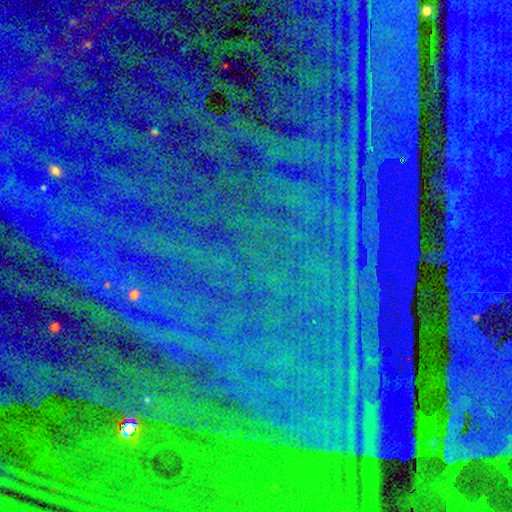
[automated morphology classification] Smooth or featured? star or artifact (89%)